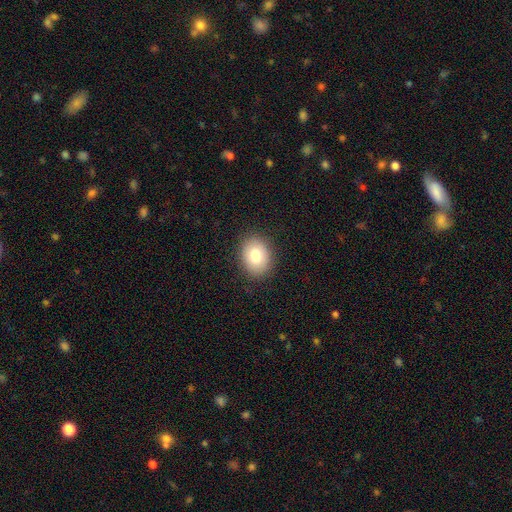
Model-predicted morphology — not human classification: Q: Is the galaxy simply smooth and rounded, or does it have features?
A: smooth — 79%.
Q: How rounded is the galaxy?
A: in between — 61%.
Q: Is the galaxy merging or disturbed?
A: none — 88%.